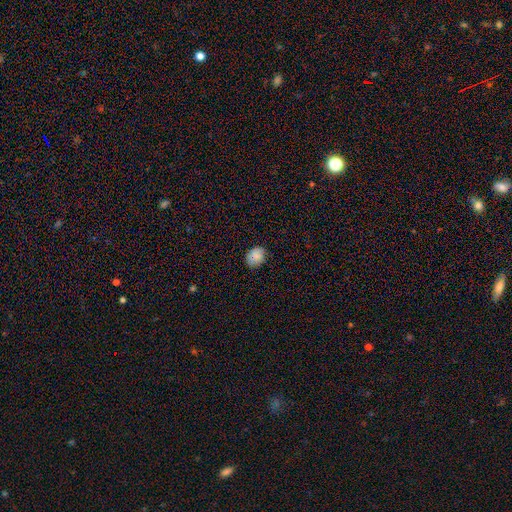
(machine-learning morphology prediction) This is clearly a smooth galaxy (85%). How rounded: possibly in between (54%). Merging: likely none (79%).